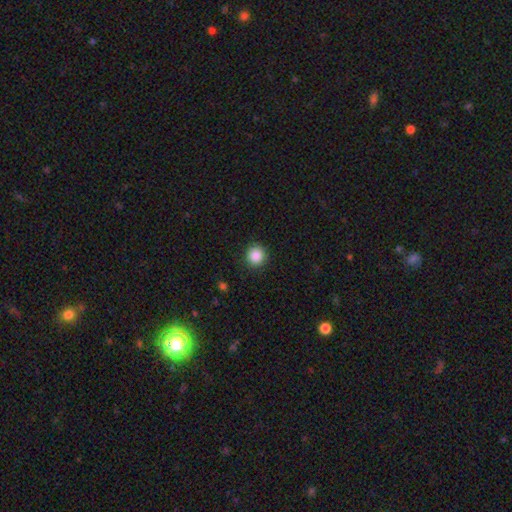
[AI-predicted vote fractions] Smooth or featured: smooth — 87% (star or artifact — 10%)
How rounded: round — 93% (in between — 6%)
Merging: none — 91% (minor disturbance — 6%)